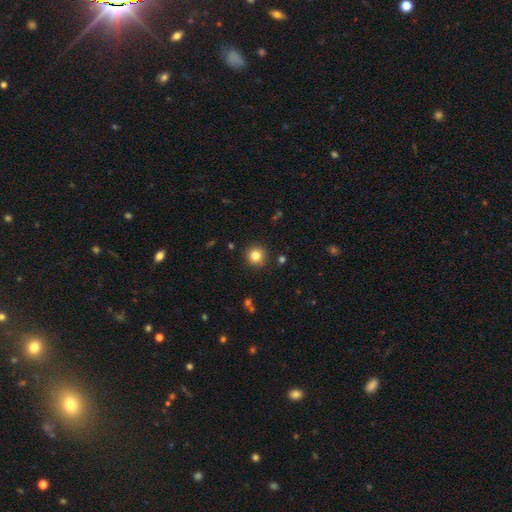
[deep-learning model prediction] Smooth or featured: smooth — 83% (star or artifact — 11%)
How rounded: round — 94% (in between — 5%)
Merging: none — 91% (minor disturbance — 6%)